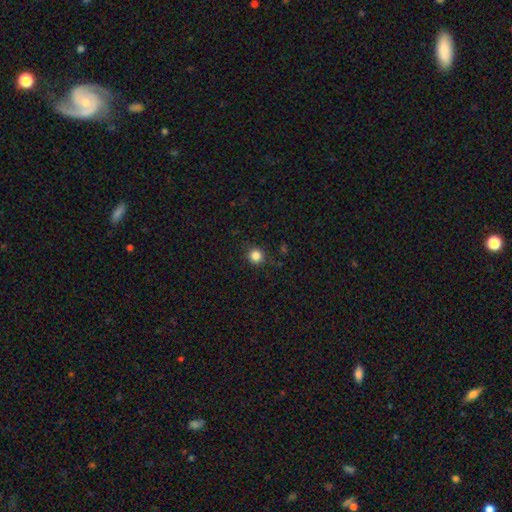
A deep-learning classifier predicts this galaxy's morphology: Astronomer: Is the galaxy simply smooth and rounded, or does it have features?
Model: smooth — 84%.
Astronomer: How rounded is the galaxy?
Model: round — 94%.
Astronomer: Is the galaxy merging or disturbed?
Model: none — 89%.